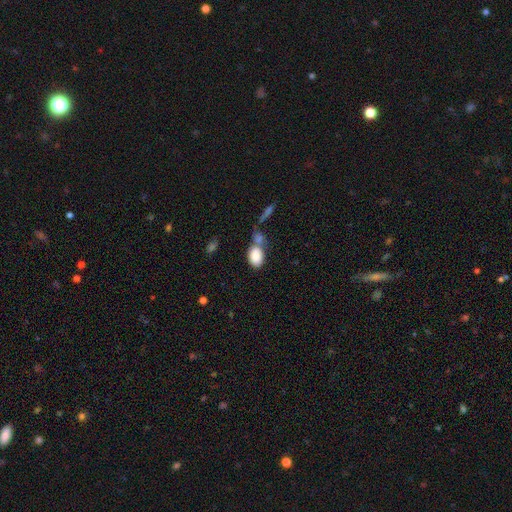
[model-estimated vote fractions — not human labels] smooth 84%, featured or disk 8%, star or artifact 7%. Down the decision tree: how rounded — in between (87%); merging — none (42%).